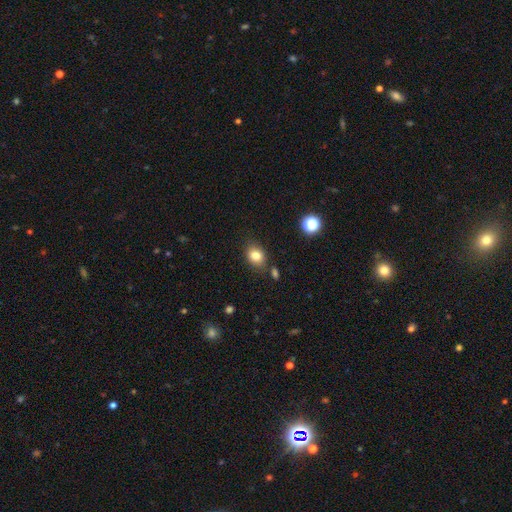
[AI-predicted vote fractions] Smooth or featured? smooth (81%)
How rounded? in between (58%)
Merging? none (79%)